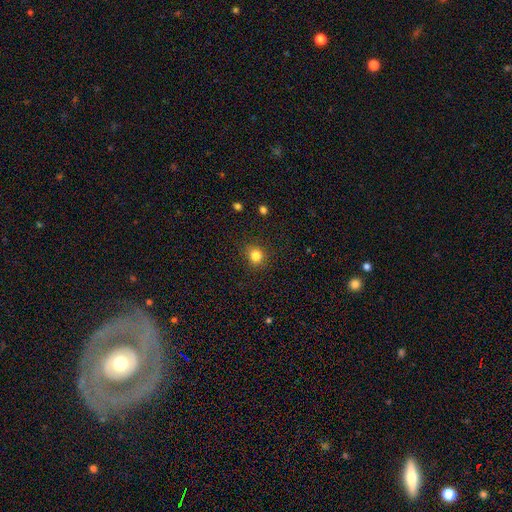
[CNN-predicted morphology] A smooth galaxy with no disk features (82%) that is round (84%). Merging: none (87%).